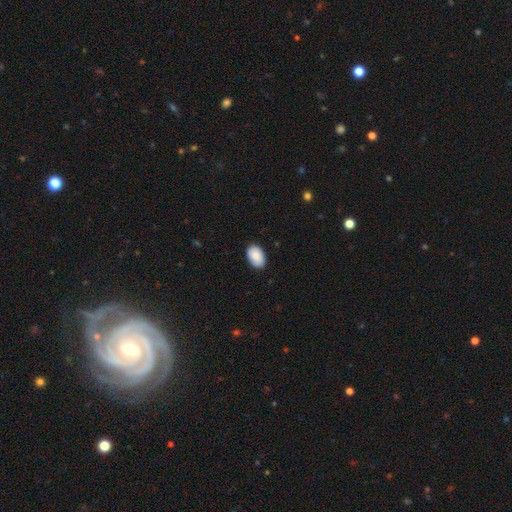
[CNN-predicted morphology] Smooth or featured: smooth — 88% (star or artifact — 6%)
How rounded: in between — 90% (round — 8%)
Merging: none — 87% (minor disturbance — 10%)